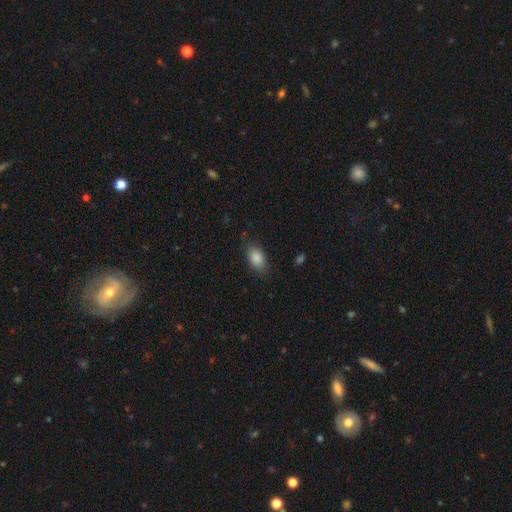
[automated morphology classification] Smooth or featured?
  - smooth: 84% *
  - star or artifact: 9%
  - featured or disk: 7%
How rounded?
  - in between: 88% *
  - round: 8%
  - cigar-shaped: 3%
Merging?
  - none: 82% *
  - minor disturbance: 14%
  - major disturbance: 3%
  - merger: 1%